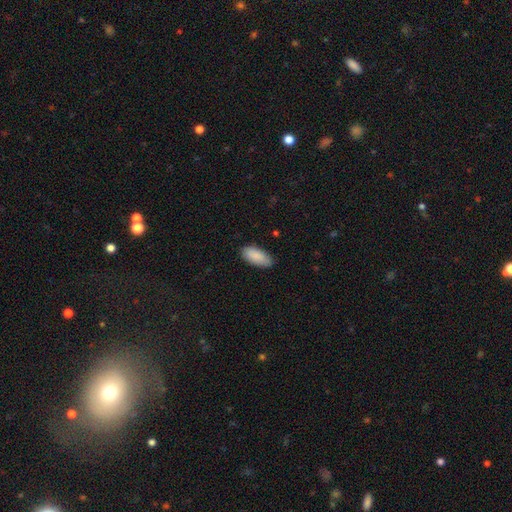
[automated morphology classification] smooth-or-featured: smooth: 90% | star or artifact: 5% | featured or disk: 5%
  how-rounded: in between: 91% | cigar-shaped: 7% | round: 2%
  merging: none: 83% | minor disturbance: 14% | major disturbance: 2% | merger: 1%